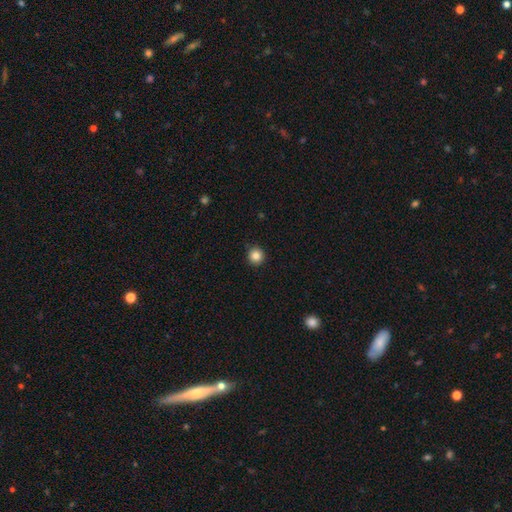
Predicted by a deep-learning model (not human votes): A smooth galaxy with no disk features (85%) that is round (94%).

Vote fractions:
- Smooth or featured? smooth: 85% / star or artifact: 10% / featured or disk: 5%
- How rounded? round: 94% / in between: 5% / cigar-shaped: 1%
- Merging? none: 92% / minor disturbance: 6% / major disturbance: 2% / merger: 1%